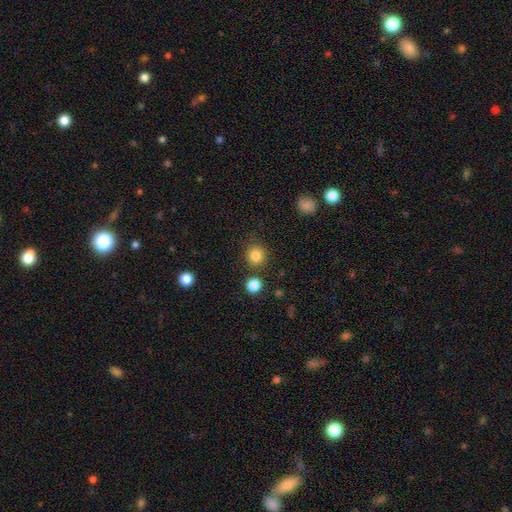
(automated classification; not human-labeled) Overall: smooth (84%). How rounded: round (92%). Merging: none (85%).